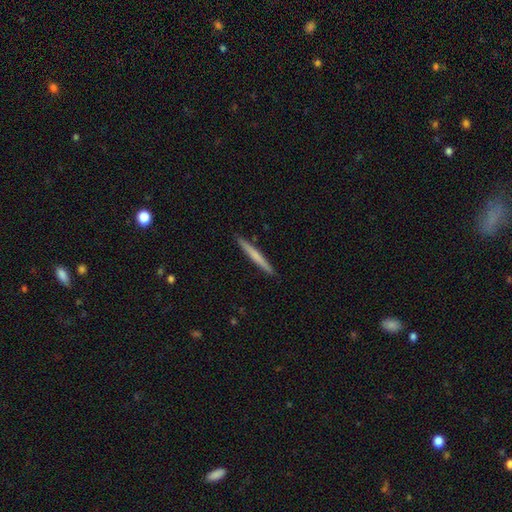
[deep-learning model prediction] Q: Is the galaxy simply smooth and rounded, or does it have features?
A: smooth — 58%.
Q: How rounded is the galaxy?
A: cigar-shaped — 97%.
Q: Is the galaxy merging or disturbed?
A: none — 92%.